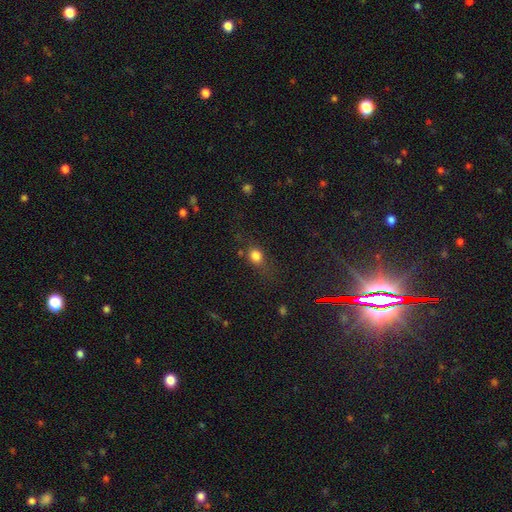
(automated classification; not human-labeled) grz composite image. It shows a smooth galaxy with no disk features (75%) that is round (51%). Merging: none (62%).